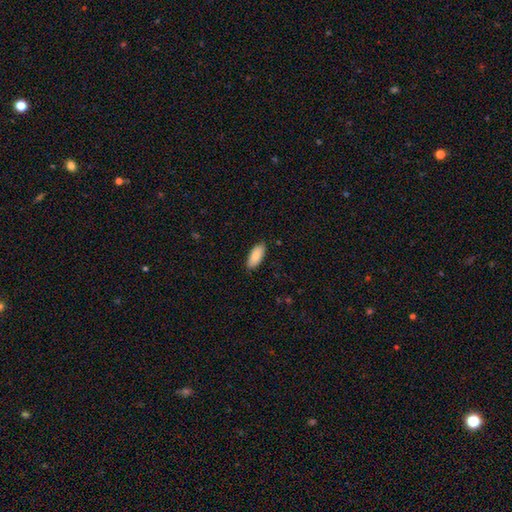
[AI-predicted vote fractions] Smooth or featured? Predicted: smooth (p=0.85). How rounded? Predicted: in between (p=0.85). Merging? Predicted: none (p=0.87).